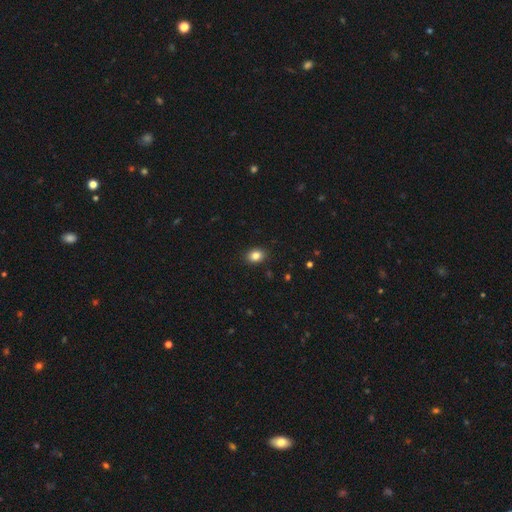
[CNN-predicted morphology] smooth_or_featured: smooth (p=0.84) [alt: star or artifact p=0.10]
how_rounded: in between (p=0.65) [alt: round p=0.34]
merging: none (p=0.89) [alt: minor disturbance p=0.08]